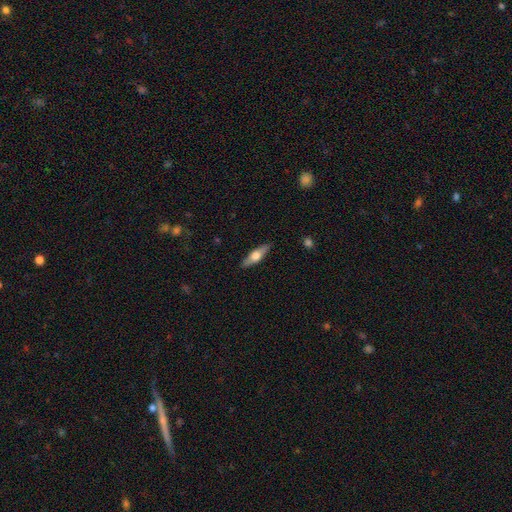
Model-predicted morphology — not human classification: The model was most divided on "smooth or featured": featured or disk: 49%, smooth: 46%, star or artifact: 5%. More confident: merging — none (89%).